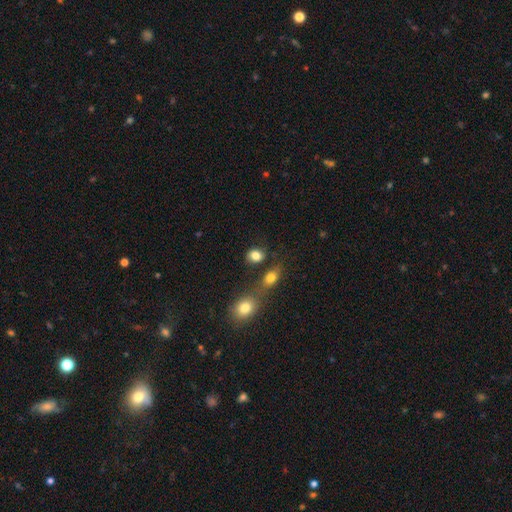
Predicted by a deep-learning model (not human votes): Morphology: type=smooth (83%); roundness=in between (55%); merging=none (66%).